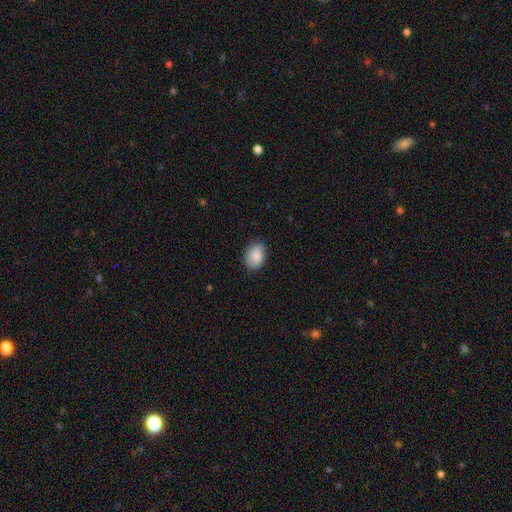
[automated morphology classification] Q: Smooth or featured?
A: smooth (86%); runner-up: featured or disk (7%)
Q: How rounded?
A: in between (75%); runner-up: round (24%)
Q: Merging?
A: none (79%); runner-up: minor disturbance (17%)